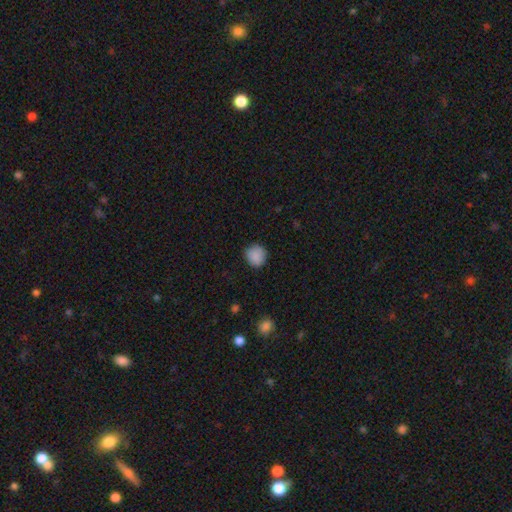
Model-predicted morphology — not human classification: Smooth or featured?
  - smooth: 88% *
  - star or artifact: 9%
  - featured or disk: 3%
How rounded?
  - round: 90% *
  - in between: 9%
  - cigar-shaped: 1%
Merging?
  - none: 86% *
  - minor disturbance: 10%
  - major disturbance: 2%
  - merger: 1%